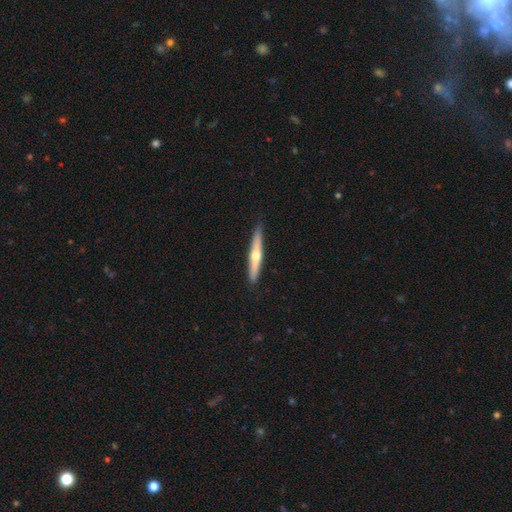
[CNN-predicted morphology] This is possibly a featured or disk galaxy (56%). It is clearly viewed edge-on (94%). Edge-on bulge: clearly rounded (88%). Merging: clearly none (88%).